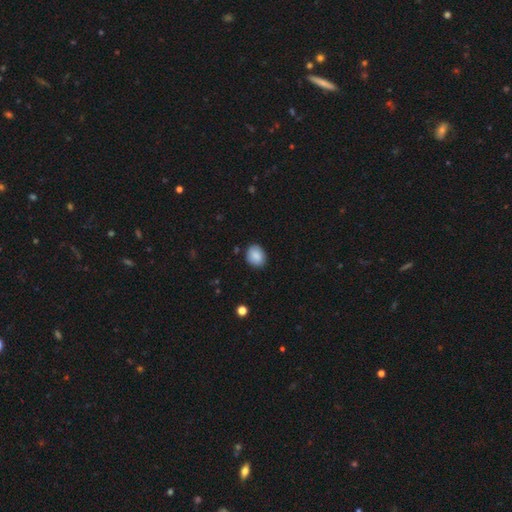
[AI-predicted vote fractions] smooth-or-featured: smooth: 88% | star or artifact: 8% | featured or disk: 5%
  how-rounded: round: 52% | in between: 48% | cigar-shaped: 1%
  merging: none: 84% | minor disturbance: 12% | major disturbance: 2% | merger: 1%